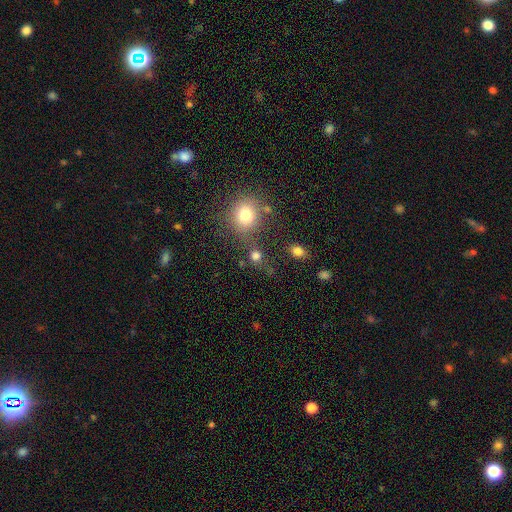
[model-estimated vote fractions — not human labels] Smooth or featured?
  - smooth: 74% *
  - star or artifact: 18%
  - featured or disk: 8%
How rounded?
  - round: 80% *
  - in between: 18%
  - cigar-shaped: 2%
Merging?
  - none: 65% *
  - merger: 16%
  - minor disturbance: 12%
  - major disturbance: 7%